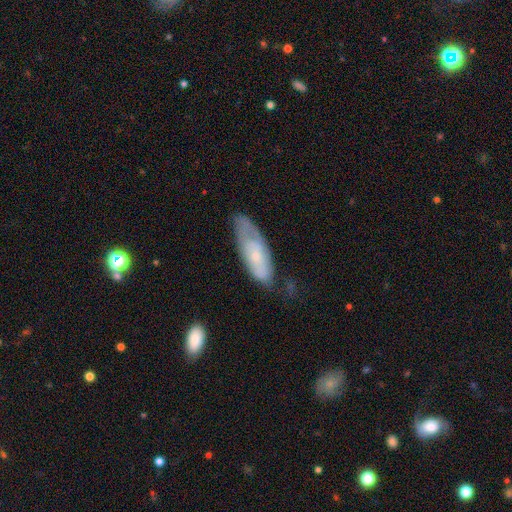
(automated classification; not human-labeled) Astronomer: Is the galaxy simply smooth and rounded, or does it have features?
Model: featured or disk — 46%, tied with smooth at 46%.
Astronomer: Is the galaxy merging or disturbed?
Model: none — 48% (runner-up: minor disturbance, 34%).